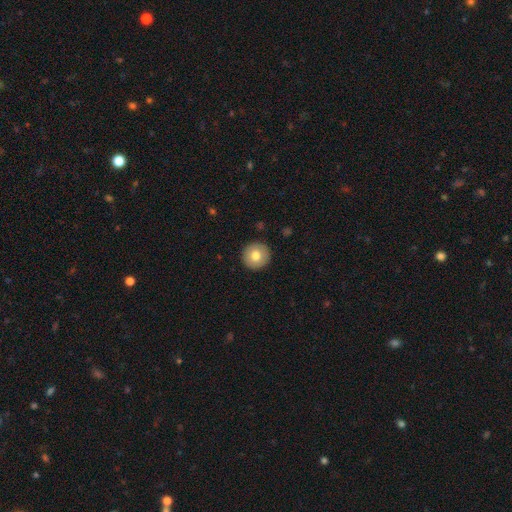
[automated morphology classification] A smooth galaxy with no disk features (75%) that is round (96%). Merging: none (92%).